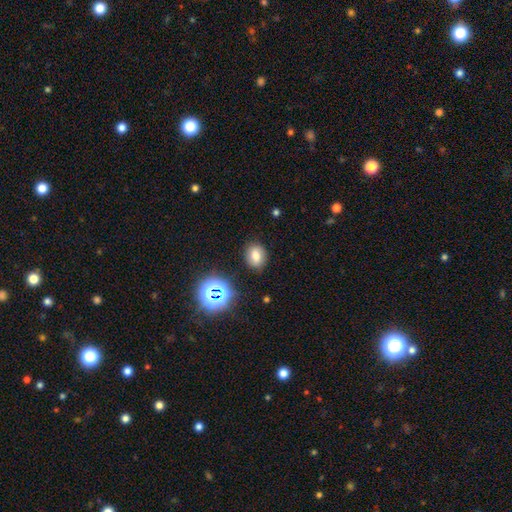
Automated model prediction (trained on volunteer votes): A smooth galaxy with no disk features (71%) that is in between round and cigar-shaped (49%, tied with round).

Vote fractions:
- Smooth or featured? smooth: 71% / star or artifact: 18% / featured or disk: 12%
- How rounded? in between: 49% (tied) / round: 49% (tied) / cigar-shaped: 1%
- Merging? none: 85% / minor disturbance: 10% / major disturbance: 3% / merger: 2%